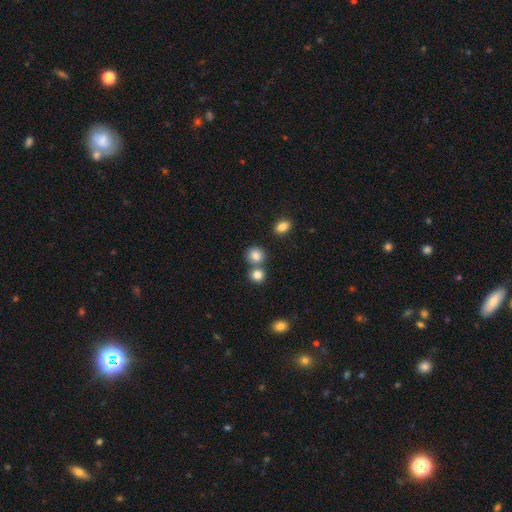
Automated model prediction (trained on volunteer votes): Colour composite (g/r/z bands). It shows a smooth galaxy with no disk features (82%) that is round (81%). Merging: none (61%).